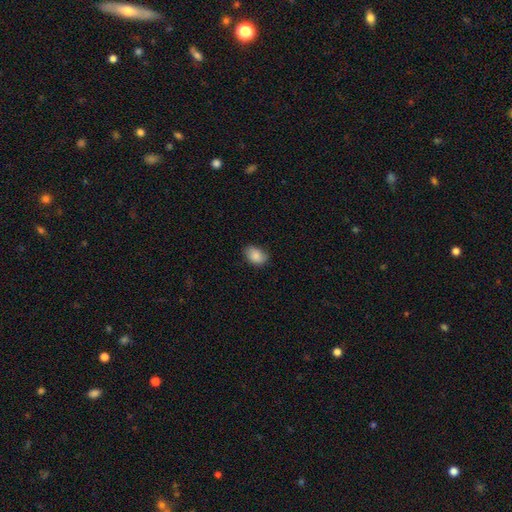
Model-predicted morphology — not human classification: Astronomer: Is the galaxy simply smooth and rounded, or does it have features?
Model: smooth — 88%.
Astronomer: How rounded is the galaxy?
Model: in between — 82%.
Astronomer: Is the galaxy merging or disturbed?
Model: none — 77%.